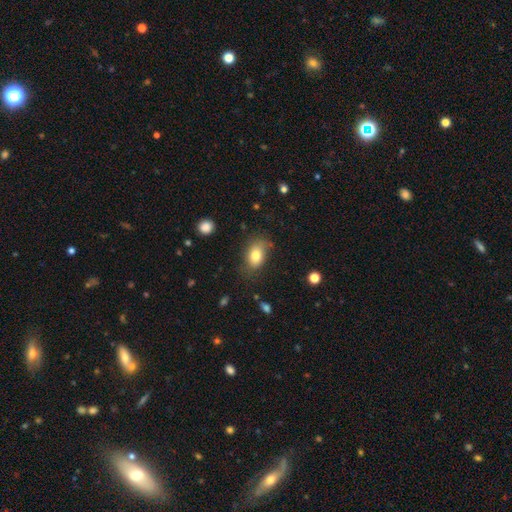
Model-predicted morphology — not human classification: smooth_or_featured: smooth (p=0.78) [alt: featured or disk p=0.13]
how_rounded: in between (p=0.82) [alt: round p=0.16]
merging: none (p=0.64) [alt: minor disturbance p=0.24]